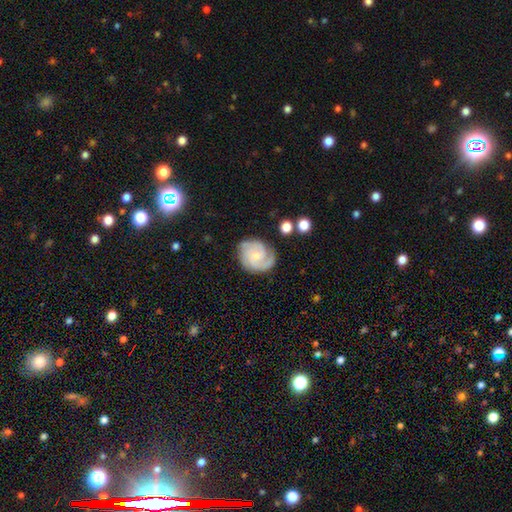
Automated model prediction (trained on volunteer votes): smooth-or-featured: featured or disk: 81% | smooth: 14% | star or artifact: 5%
  disk-edge-on: no: 98% | yes: 2%
    bar: no: 62% | weak: 34% | strong: 5%
    has-spiral-arms: yes: 96% | no: 4%
      spiral-winding: tight: 51% | medium: 40% | loose: 9%
      spiral-arm-count: 2: 49% | 3: 27% | can't tell: 12% | 1: 5% | 4: 3% | more than 4: 3%
    bulge-size: small: 67% | moderate: 25% | none: 6% | large: 1% | dominant: 1%
  merging: none: 75% | minor disturbance: 17% | major disturbance: 6% | merger: 2%